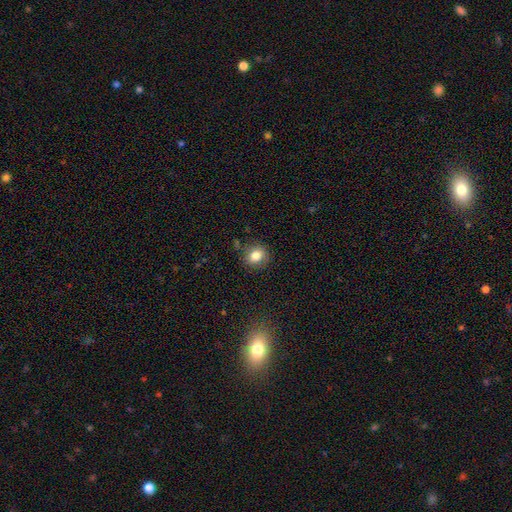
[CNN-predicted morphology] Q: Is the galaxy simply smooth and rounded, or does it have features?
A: smooth — 82%.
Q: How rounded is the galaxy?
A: round — 77%.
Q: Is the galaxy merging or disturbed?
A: none — 84%.